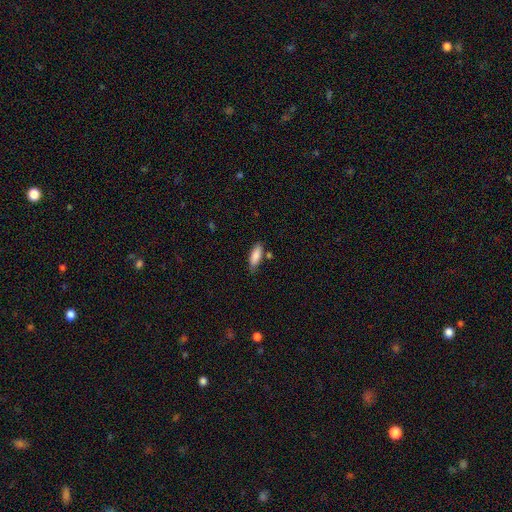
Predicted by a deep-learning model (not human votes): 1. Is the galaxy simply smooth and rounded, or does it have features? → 85% smooth, 9% featured or disk, 6% star or artifact.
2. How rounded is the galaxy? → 65% in between, 34% cigar-shaped, 2% round.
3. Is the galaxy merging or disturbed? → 75% none, 16% minor disturbance, 6% merger, 3% major disturbance.